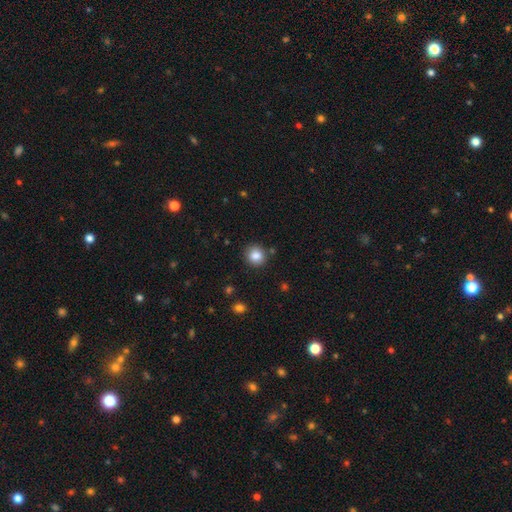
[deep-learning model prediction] smooth-or-featured: smooth: 85% | star or artifact: 10% | featured or disk: 5%
  how-rounded: round: 88% | in between: 11% | cigar-shaped: 1%
  merging: none: 86% | minor disturbance: 8% | merger: 3% | major disturbance: 2%